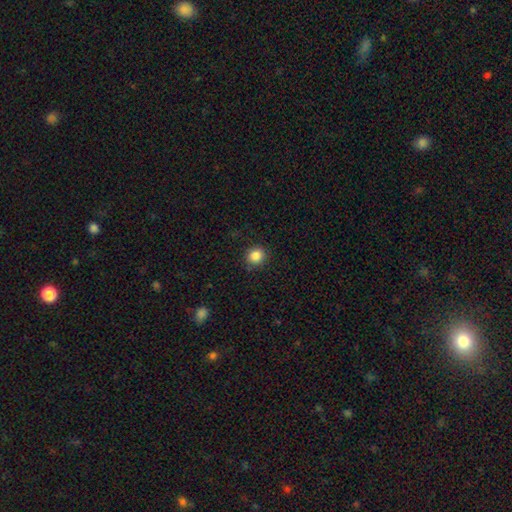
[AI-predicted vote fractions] Smooth or featured: smooth — 86% (star or artifact — 10%)
How rounded: round — 88% (in between — 11%)
Merging: none — 88% (minor disturbance — 9%)